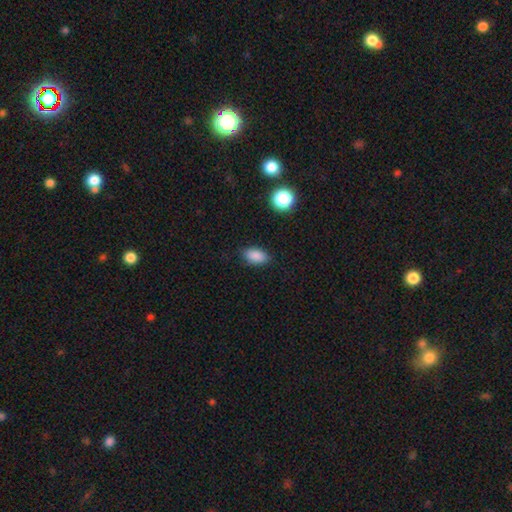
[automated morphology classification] A smooth galaxy with no disk features (87%) that is in between round and cigar-shaped (90%).

Vote fractions:
- Smooth or featured? smooth: 87% / star or artifact: 9% / featured or disk: 4%
- How rounded? in between: 90% / round: 7% / cigar-shaped: 3%
- Merging? none: 85% / minor disturbance: 11% / major disturbance: 3% / merger: 1%